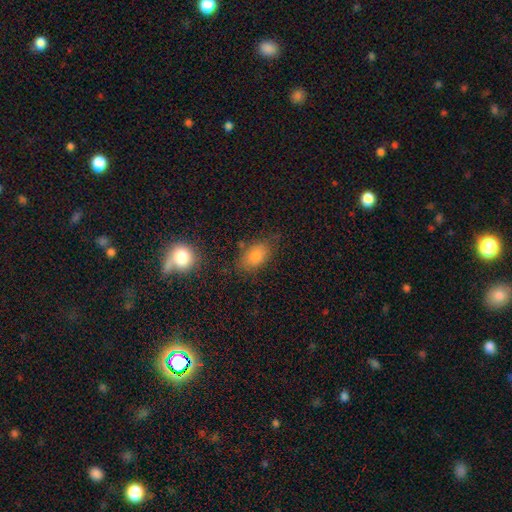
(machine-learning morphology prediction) Overall: smooth (80%). How rounded: in between (84%). Merging: none (72%).